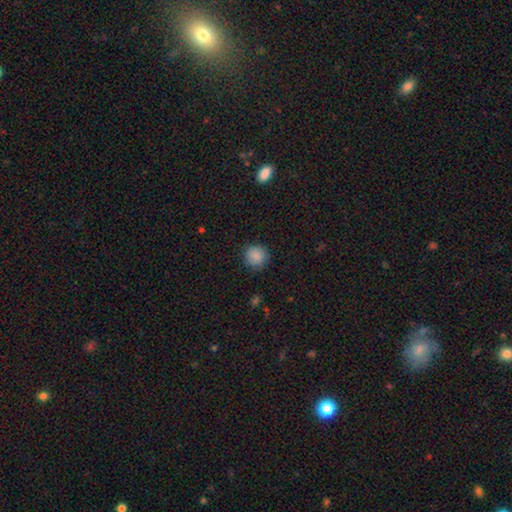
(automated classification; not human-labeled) Smooth or featured? smooth (88%)
How rounded? round (93%)
Merging? none (89%)